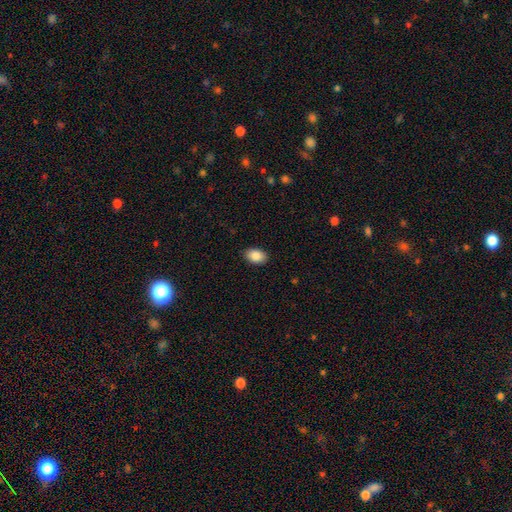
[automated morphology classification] Q: Smooth or featured?
A: smooth (87%); runner-up: star or artifact (7%)
Q: How rounded?
A: in between (88%); runner-up: round (11%)
Q: Merging?
A: none (89%); runner-up: minor disturbance (8%)